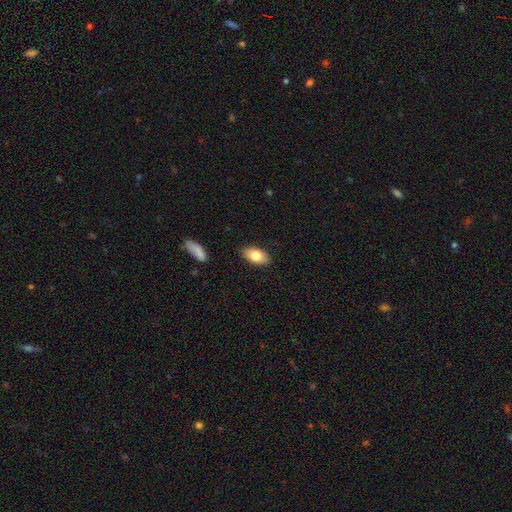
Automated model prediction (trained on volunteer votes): Smooth or featured: smooth — 79% (featured or disk — 14%)
How rounded: in between — 92% (round — 5%)
Merging: none — 87% (minor disturbance — 10%)